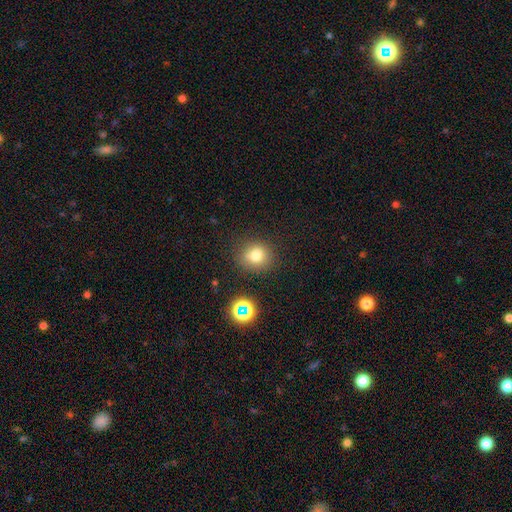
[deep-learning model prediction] Smooth or featured: smooth — 75% (star or artifact — 16%)
How rounded: round — 77% (in between — 22%)
Merging: none — 80% (minor disturbance — 12%)